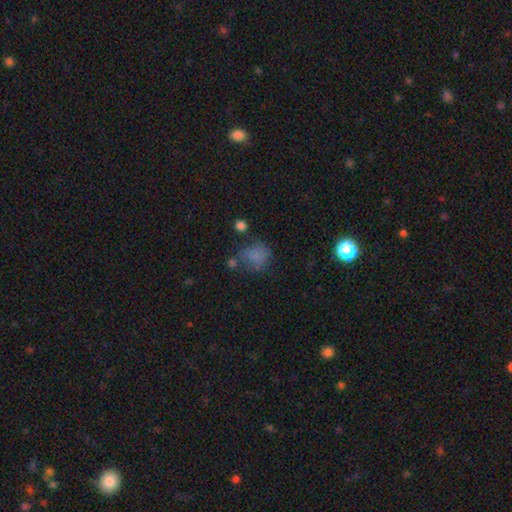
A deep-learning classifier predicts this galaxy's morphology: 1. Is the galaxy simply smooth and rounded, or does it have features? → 72% smooth, 16% star or artifact, 12% featured or disk.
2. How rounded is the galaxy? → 59% round, 39% in between, 1% cigar-shaped.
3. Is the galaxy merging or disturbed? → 46% none, 24% minor disturbance, 19% major disturbance, 11% merger.